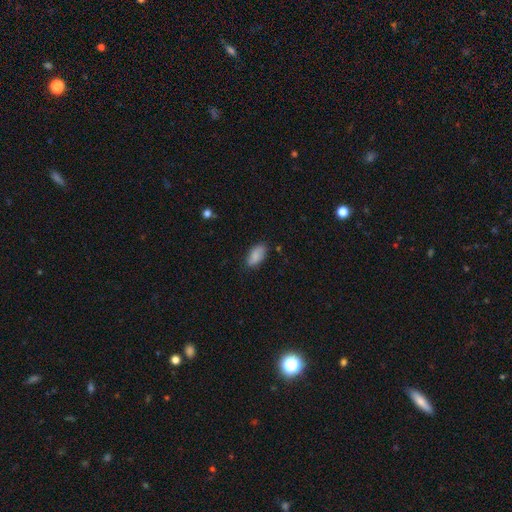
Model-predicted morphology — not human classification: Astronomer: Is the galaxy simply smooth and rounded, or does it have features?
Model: smooth — 83%.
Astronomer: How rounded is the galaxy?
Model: in between — 93%.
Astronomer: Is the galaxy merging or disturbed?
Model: none — 76%.